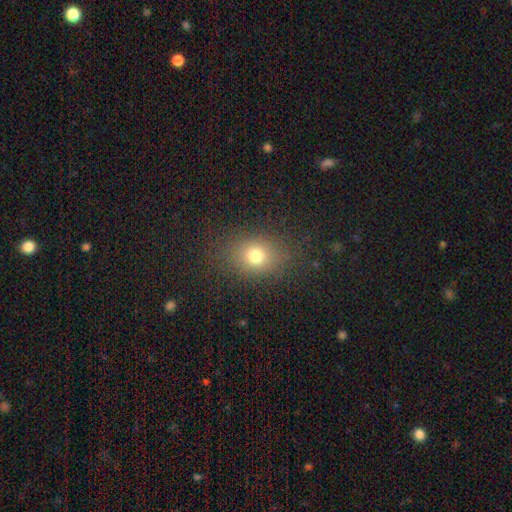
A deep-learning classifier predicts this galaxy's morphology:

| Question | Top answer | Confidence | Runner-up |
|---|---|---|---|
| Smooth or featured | smooth | 75% | star or artifact (16%) |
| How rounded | in between | 51% | round (47%) |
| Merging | none | 83% | minor disturbance (11%) |